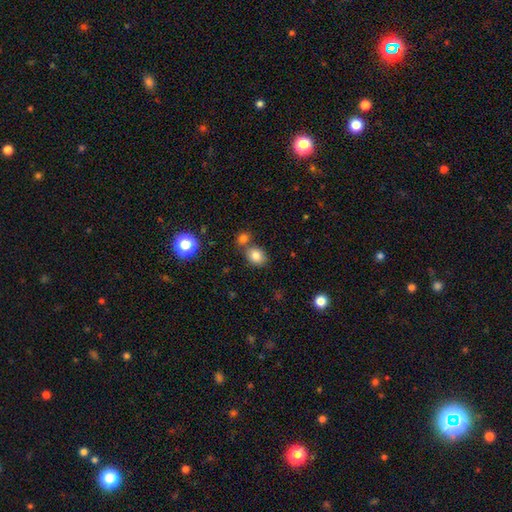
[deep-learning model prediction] Smooth or featured? Predicted: smooth (p=0.82). How rounded? Predicted: in between (p=0.54). Merging? Predicted: none (p=0.60).